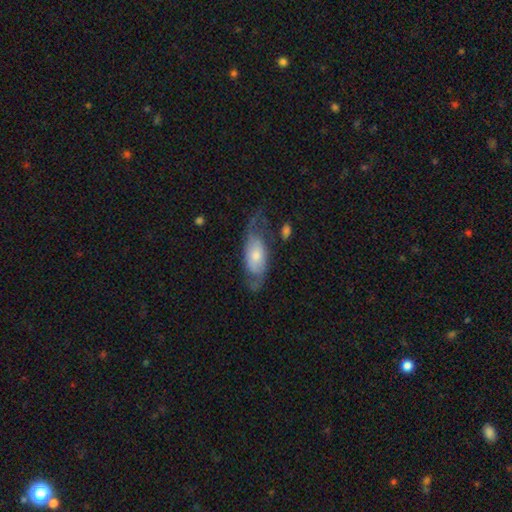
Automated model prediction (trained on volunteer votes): Overall: featured or disk (51%; smooth 43%). Edge-on disk: no (86%). Merging: none (41%; major disturbance 29%).